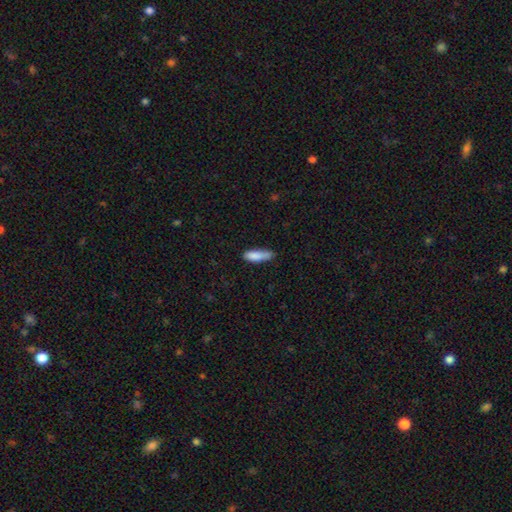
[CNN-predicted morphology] Smooth or featured: smooth — 85% (featured or disk — 8%)
How rounded: cigar-shaped — 49% (tied with in between — 49%)
Merging: none — 57% (minor disturbance — 32%)